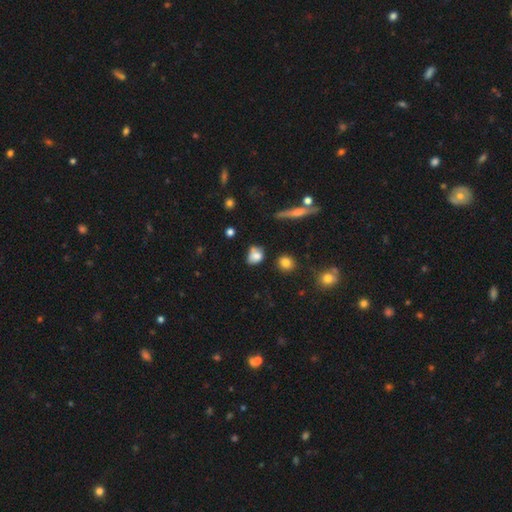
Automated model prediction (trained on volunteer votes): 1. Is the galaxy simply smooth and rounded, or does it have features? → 76% smooth, 14% featured or disk, 11% star or artifact.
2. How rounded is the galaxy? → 63% in between, 34% round, 3% cigar-shaped.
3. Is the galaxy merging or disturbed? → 49% none, 26% minor disturbance, 16% merger, 9% major disturbance.